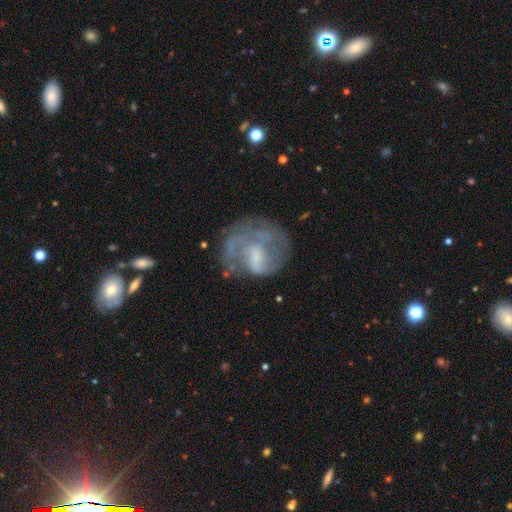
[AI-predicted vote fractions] Smooth or featured: featured or disk — 66% (smooth — 25%)
Edge-on disk: no — 98% (yes — 2%)
Bar: no — 46% (weak — 43%)
Spiral arms: yes — 62% (no — 38%)
Bulge size: small — 33% (tied with none — 33%)
Merging: none — 47% (major disturbance — 29%)